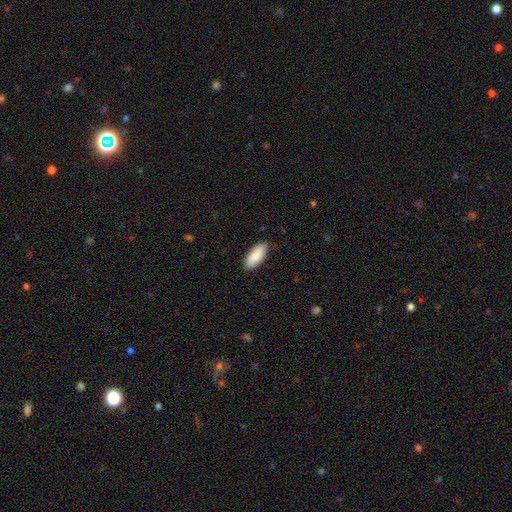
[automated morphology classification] This appears to be a smooth galaxy with no disk features (88%) that is in between round and cigar-shaped (86%). Merging: none (85%).